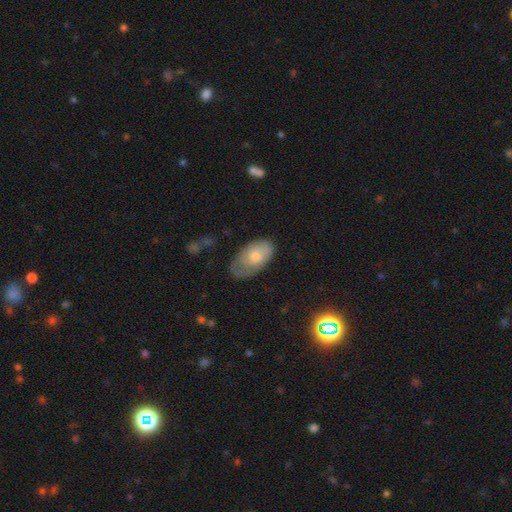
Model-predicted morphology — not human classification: Smooth or featured? smooth (57%)
How rounded? in between (94%)
Merging? none (54%)